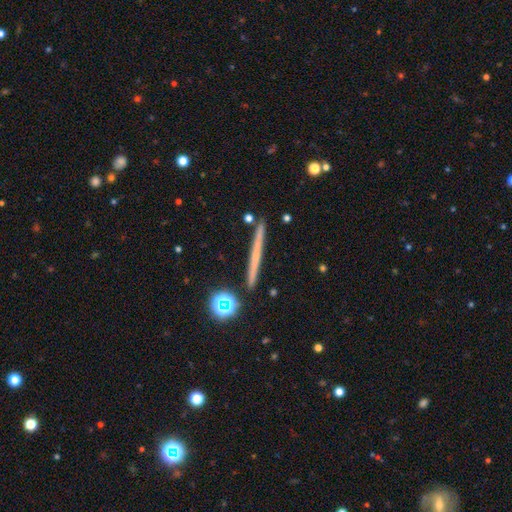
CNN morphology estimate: Smooth or featured? Predicted: featured or disk (p=0.54). Edge-on disk? Predicted: yes (p=0.97). Edge-on bulge? Predicted: none (p=0.80). Merging? Predicted: none (p=0.89).